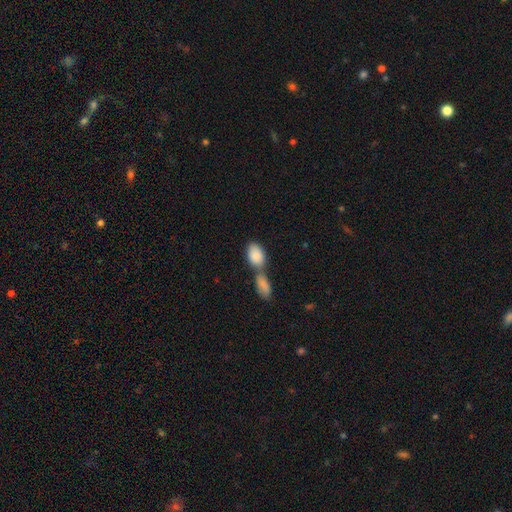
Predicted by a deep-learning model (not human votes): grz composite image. It shows a smooth galaxy with no disk features (87%) that is in between round and cigar-shaped (90%). Merging: merger (61%).